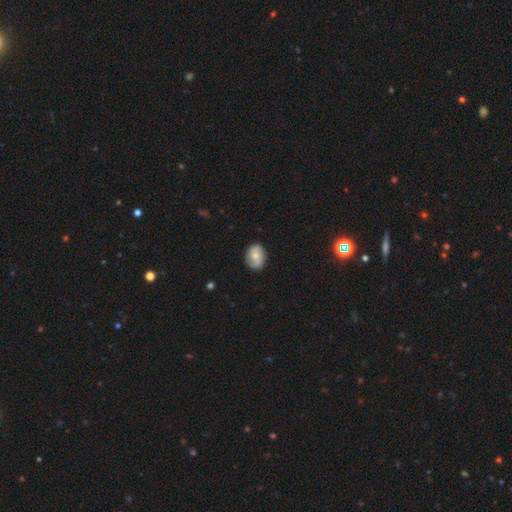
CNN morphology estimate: Overall: smooth (47%; featured or disk 46%). Merging: none (79%).